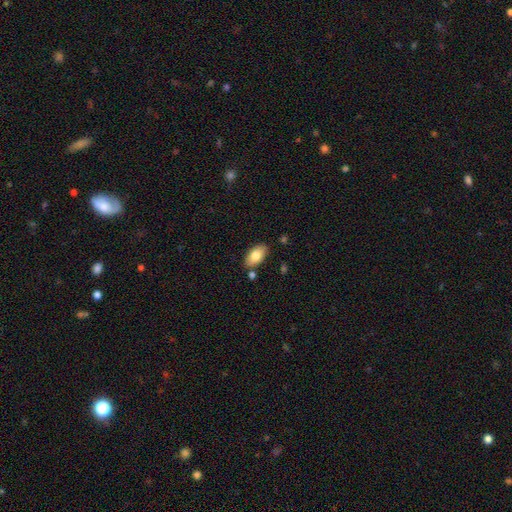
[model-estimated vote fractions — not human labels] A smooth galaxy with no disk features (79%) that is in between round and cigar-shaped (94%). Merging: none (81%).